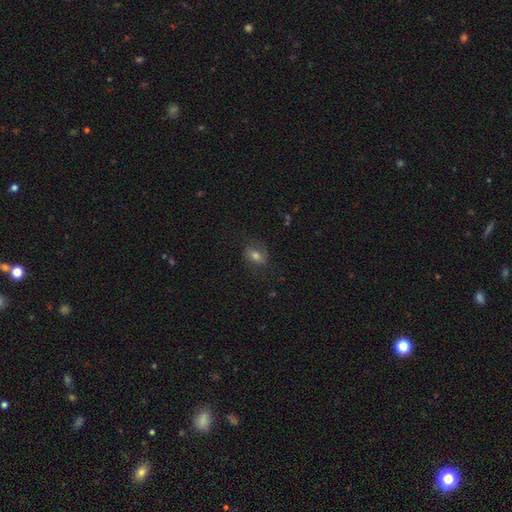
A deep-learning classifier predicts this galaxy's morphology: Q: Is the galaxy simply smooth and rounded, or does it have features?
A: smooth — 54%.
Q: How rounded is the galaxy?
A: in between — 68%.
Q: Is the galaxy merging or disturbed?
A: none — 70%.